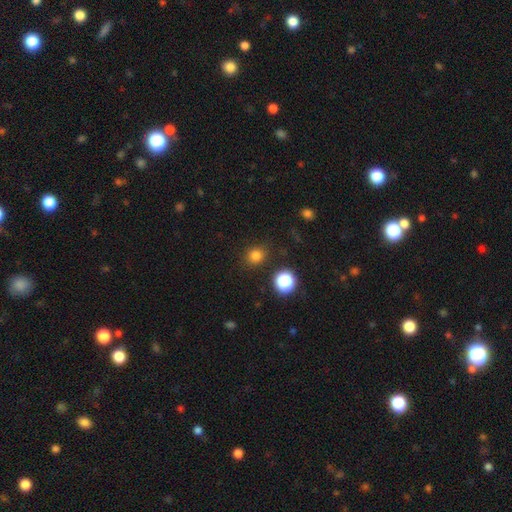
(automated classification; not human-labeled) Morphology: type=smooth (79%); roundness=round (80%); merging=none (86%).